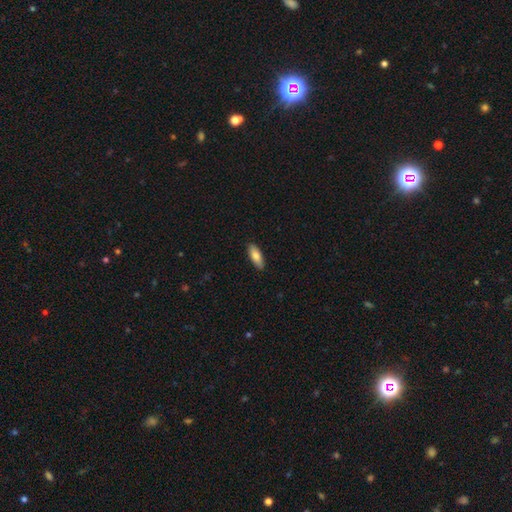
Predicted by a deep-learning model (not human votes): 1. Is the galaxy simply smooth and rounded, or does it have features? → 80% smooth, 14% featured or disk, 6% star or artifact.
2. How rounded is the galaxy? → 71% in between, 27% cigar-shaped, 2% round.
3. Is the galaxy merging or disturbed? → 89% none, 8% minor disturbance, 2% major disturbance, 1% merger.